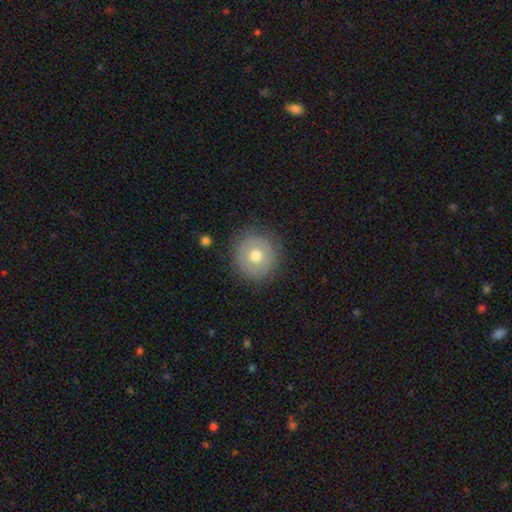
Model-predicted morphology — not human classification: Overall: smooth (61%; featured or disk 30%). How rounded: round (91%). Merging: none (84%).